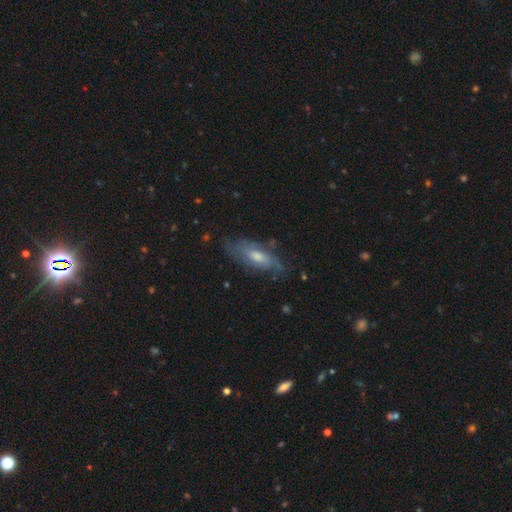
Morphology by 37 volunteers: smooth_or_featured: featured or disk (p=0.92) [alt: smooth p=0.05]
disk_edge_on: no (p=0.88) [alt: yes p=0.12]
bar: no (p=0.67) [alt: weak p=0.27]
has_spiral_arms: yes (p=0.90) [alt: no p=0.10]
spiral_winding: tight (p=0.59) [alt: medium p=0.30]
spiral_arm_count: 2 (p=0.37) [alt: 3 p=0.33]
bulge_size: moderate (p=0.73) [alt: large p=0.13]
merging: none (p=0.89) [alt: minor disturbance p=0.11]